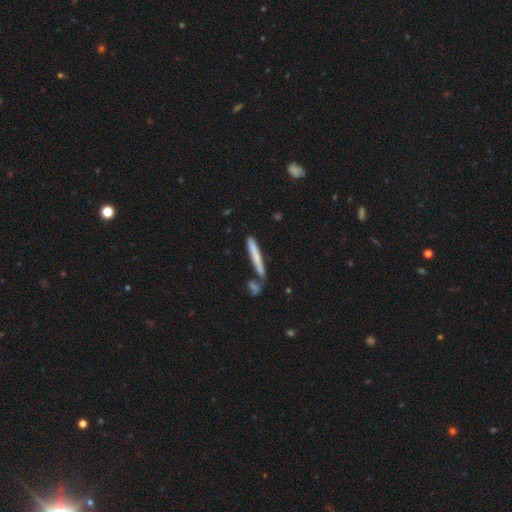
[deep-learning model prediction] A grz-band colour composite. It shows a smooth galaxy with no disk features (67%) that is cigar-shaped (95%). Merging: none (69%).